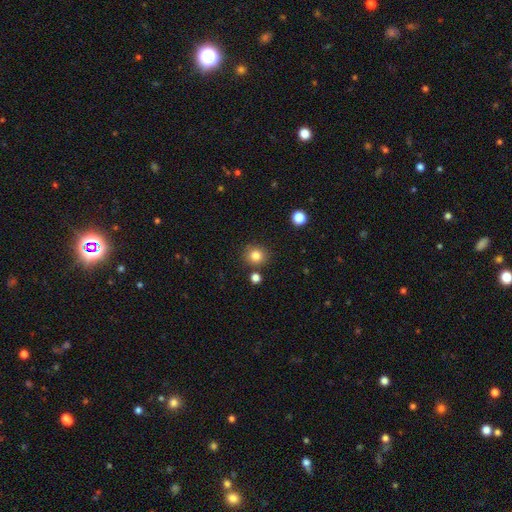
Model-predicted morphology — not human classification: Smooth or featured? Predicted: smooth (p=0.83). How rounded? Predicted: round (p=0.86). Merging? Predicted: none (p=0.84).